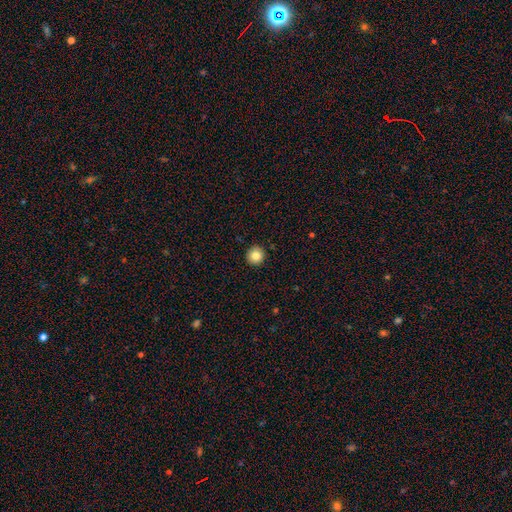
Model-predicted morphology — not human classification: smooth-or-featured: smooth: 83% | star or artifact: 10% | featured or disk: 7%
  how-rounded: round: 95% | in between: 4% | cigar-shaped: 1%
  merging: none: 93% | minor disturbance: 5% | major disturbance: 1% | merger: 1%